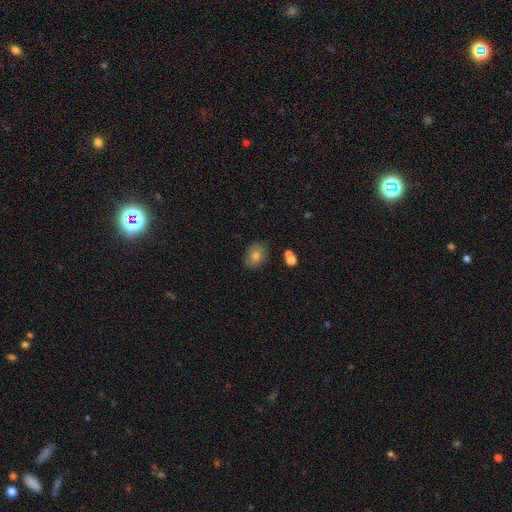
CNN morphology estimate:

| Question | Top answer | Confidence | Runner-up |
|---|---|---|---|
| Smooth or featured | smooth | 73% | featured or disk (17%) |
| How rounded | in between | 66% | round (33%) |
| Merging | none | 80% | minor disturbance (13%) |